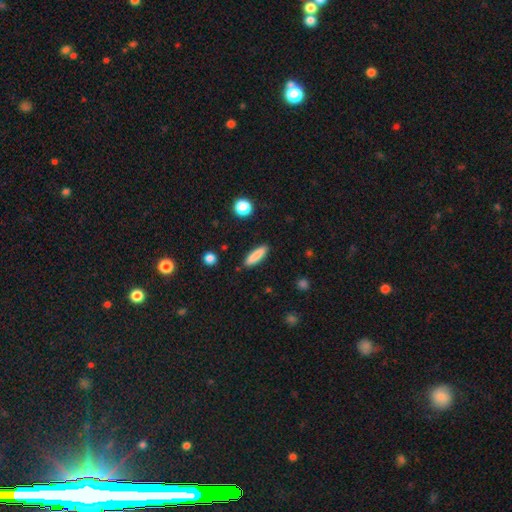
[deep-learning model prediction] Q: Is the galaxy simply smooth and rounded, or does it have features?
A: smooth — 85%.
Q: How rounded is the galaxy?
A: cigar-shaped — 72%.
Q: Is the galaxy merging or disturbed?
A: none — 88%.